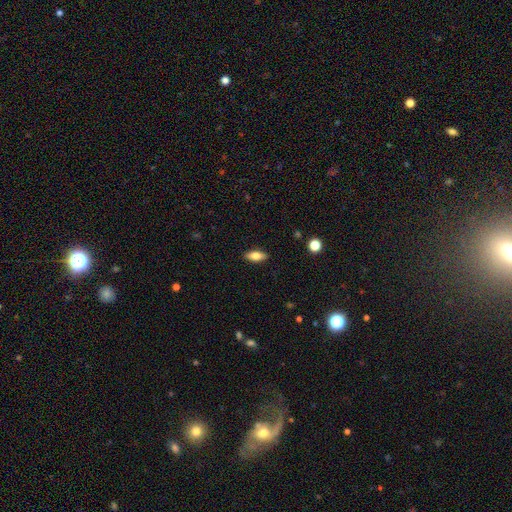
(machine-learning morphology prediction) type=smooth (74%); roundness=in between (79%); merging=none (89%).